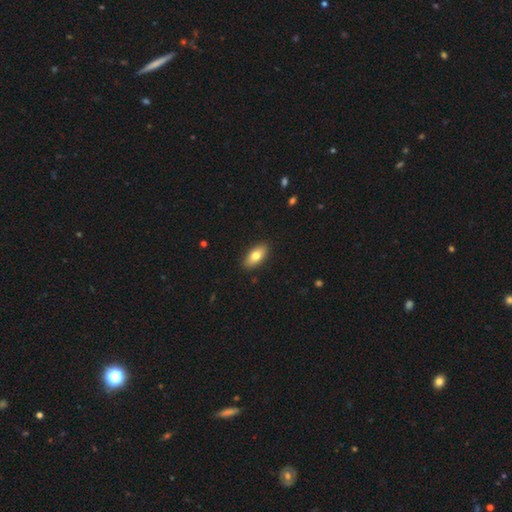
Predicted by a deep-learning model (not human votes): A smooth galaxy with no disk features (76%) that is in between round and cigar-shaped (87%).

Vote fractions:
- Smooth or featured? smooth: 76% / featured or disk: 18% / star or artifact: 7%
- How rounded? in between: 87% / cigar-shaped: 10% / round: 3%
- Merging? none: 89% / minor disturbance: 8% / major disturbance: 2% / merger: 1%